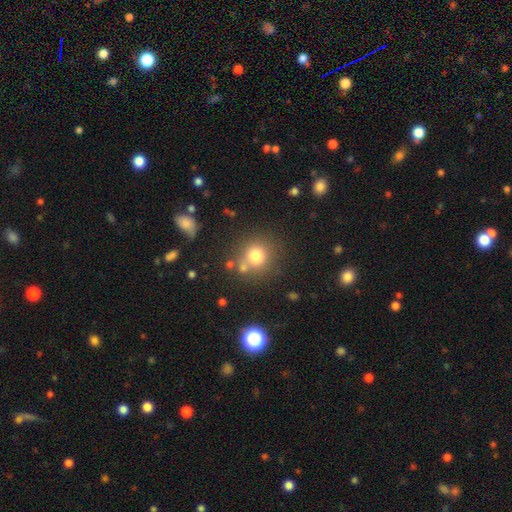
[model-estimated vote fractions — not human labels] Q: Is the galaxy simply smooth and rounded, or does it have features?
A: smooth — 75%.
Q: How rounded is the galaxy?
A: round — 87%.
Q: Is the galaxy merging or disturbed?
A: none — 71%.